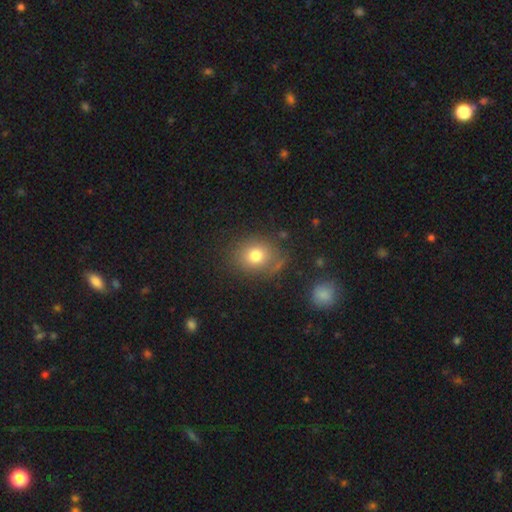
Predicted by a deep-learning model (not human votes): This appears to be a smooth galaxy with no disk features (78%) that is round (62%). Merging: none (75%).